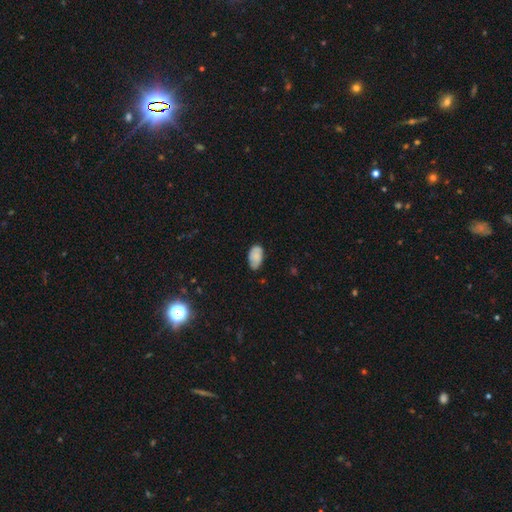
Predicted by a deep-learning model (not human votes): Smooth or featured? smooth (78%)
How rounded? in between (94%)
Merging? none (70%)